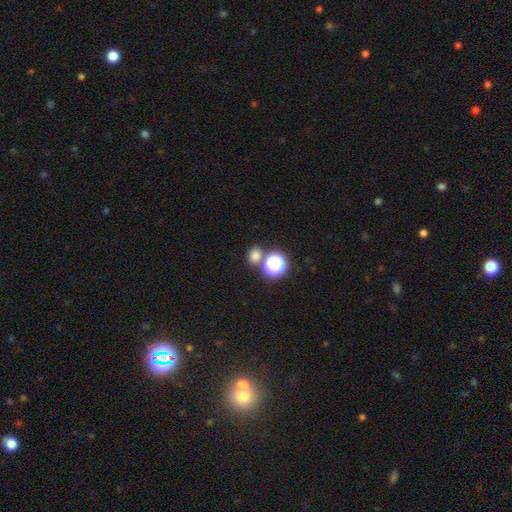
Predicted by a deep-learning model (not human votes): A smooth galaxy with no disk features (71%) that is round (63%). Merging: none (69%).